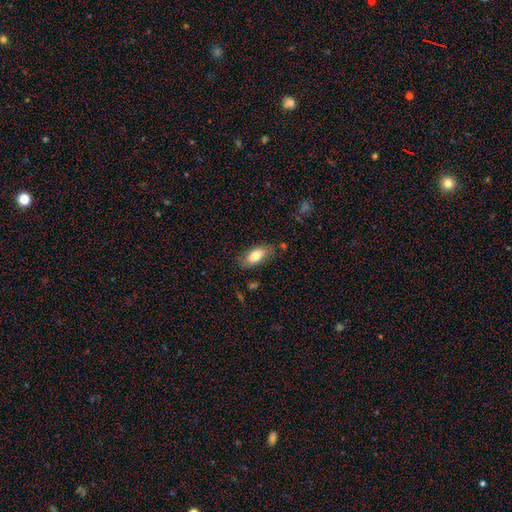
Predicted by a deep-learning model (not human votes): Overall: smooth (76%). How rounded: in between (90%). Merging: none (75%).